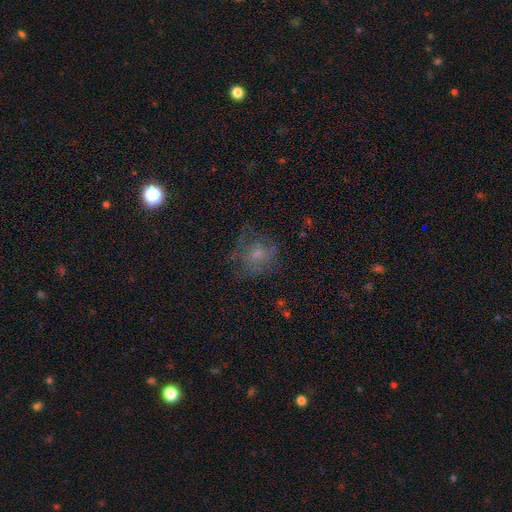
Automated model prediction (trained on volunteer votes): Smooth or featured? smooth (49%)
Merging? none (54%)